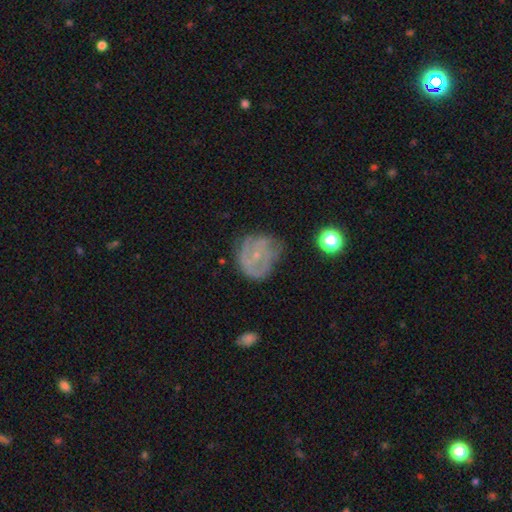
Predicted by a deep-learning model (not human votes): This appears to be a featured or disk galaxy (66%) with no bar (66%), spiral arms (76%) and a small central bulge (77%). Merging: none (55%).